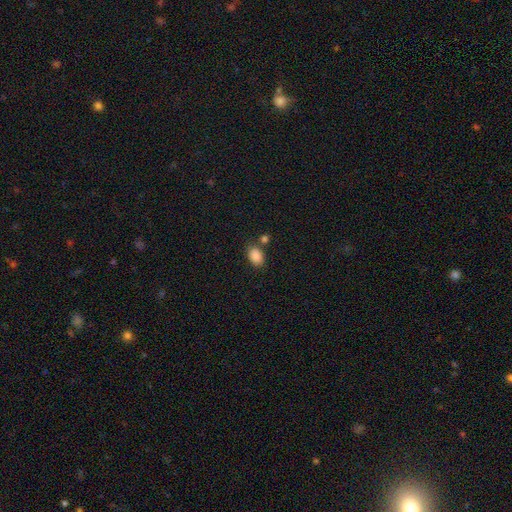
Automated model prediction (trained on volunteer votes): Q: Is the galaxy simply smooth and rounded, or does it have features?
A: smooth — 88%.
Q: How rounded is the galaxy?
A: in between — 81%.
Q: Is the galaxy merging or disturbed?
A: none — 71%.